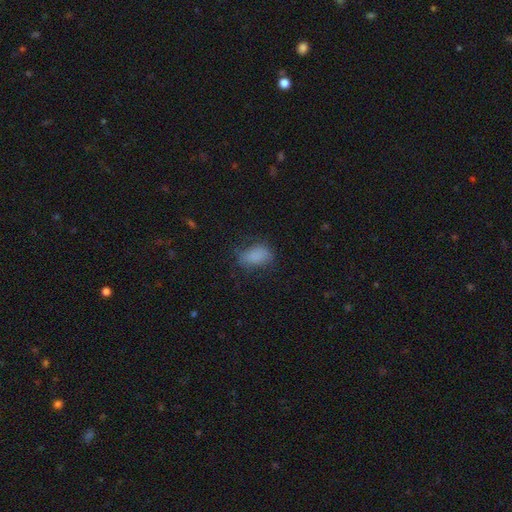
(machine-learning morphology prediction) smooth 83%, star or artifact 10%, featured or disk 8%. Down the decision tree: how rounded — in between (88%); merging — none (63%).